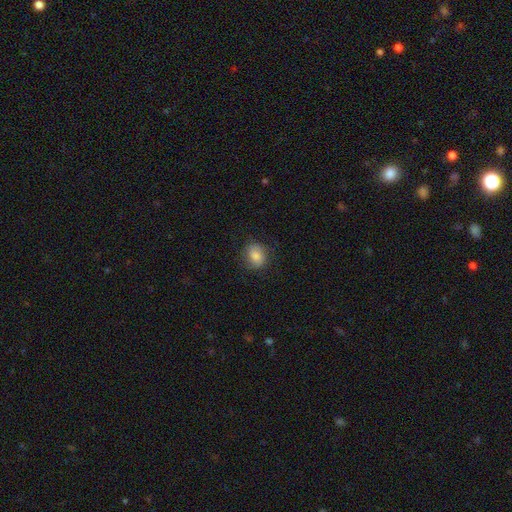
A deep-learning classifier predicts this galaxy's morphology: Smooth or featured? smooth (79%)
How rounded? round (65%)
Merging? none (78%)